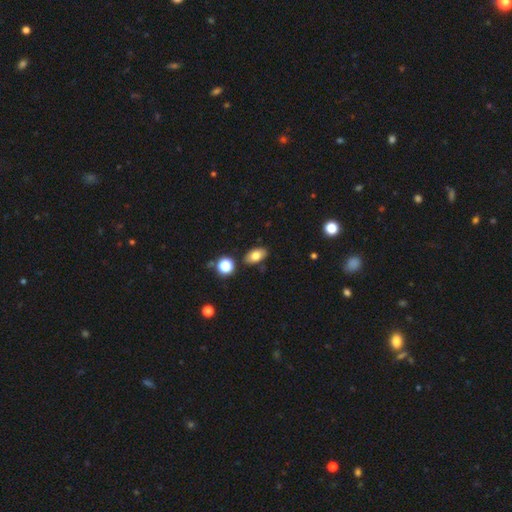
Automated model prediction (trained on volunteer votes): Morphology: type=smooth (78%); roundness=in between (90%); merging=none (83%).